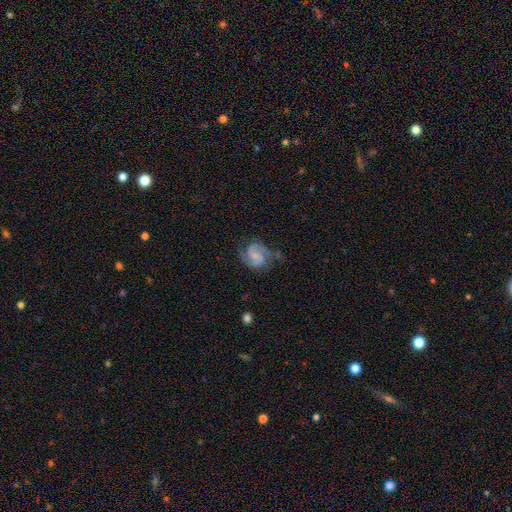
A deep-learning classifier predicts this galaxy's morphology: smooth_or_featured: featured or disk (p=0.83) [alt: smooth p=0.11]
disk_edge_on: no (p=0.98) [alt: yes p=0.02]
bar: weak (p=0.48) [alt: no p=0.39]
has_spiral_arms: yes (p=0.97) [alt: no p=0.03]
spiral_winding: medium (p=0.55) [alt: tight p=0.26]
spiral_arm_count: 2 (p=0.91) [alt: can't tell p=0.03]
bulge_size: small (p=0.44) [alt: none p=0.36]
merging: none (p=0.67) [alt: minor disturbance p=0.21]